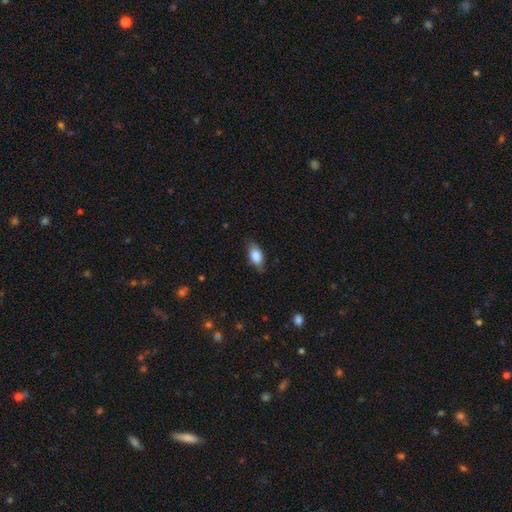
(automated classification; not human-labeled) This is likely a smooth galaxy (79%). How rounded: clearly in between (87%). Merging: likely none (78%).